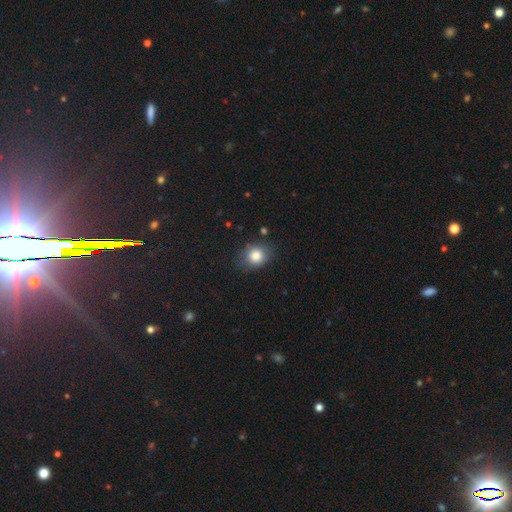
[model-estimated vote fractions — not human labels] Smooth or featured? smooth (83%)
How rounded? round (63%)
Merging? none (76%)